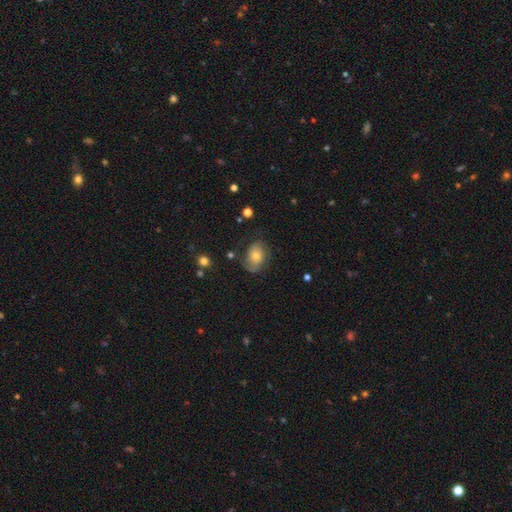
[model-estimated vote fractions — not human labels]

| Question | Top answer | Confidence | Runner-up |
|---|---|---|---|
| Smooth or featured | featured or disk | 47% | smooth (42%) |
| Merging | none | 67% | minor disturbance (22%) |